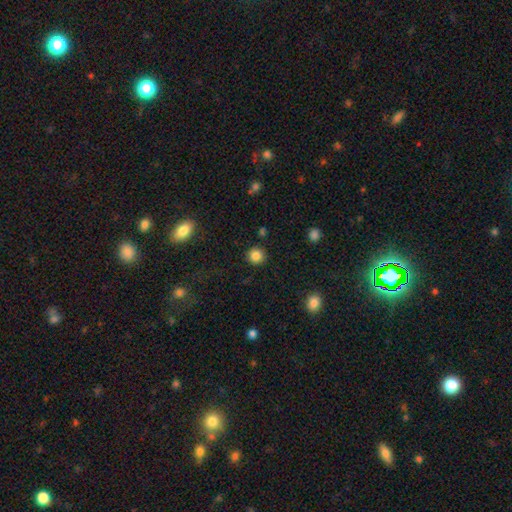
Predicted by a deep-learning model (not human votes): smooth_or_featured: smooth (p=0.84) [alt: star or artifact p=0.11]
how_rounded: round (p=0.93) [alt: in between p=0.06]
merging: none (p=0.90) [alt: minor disturbance p=0.06]